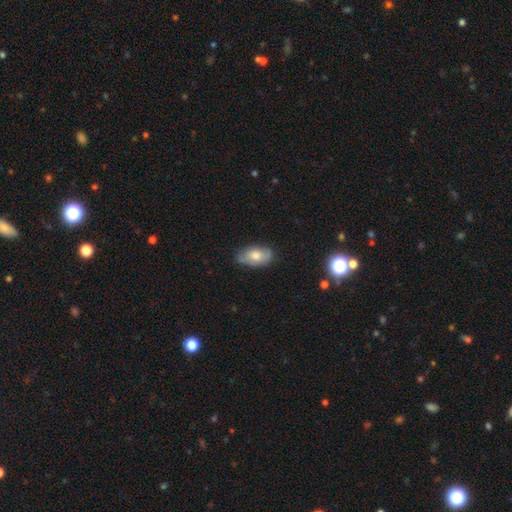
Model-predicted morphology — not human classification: Smooth or featured: smooth — 65% (featured or disk — 28%)
How rounded: in between — 92% (round — 6%)
Merging: none — 70% (minor disturbance — 25%)